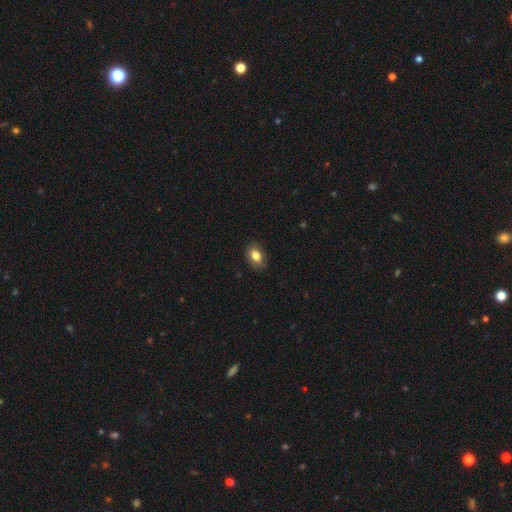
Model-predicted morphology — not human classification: Overall: smooth (81%). How rounded: in between (80%). Merging: none (86%).